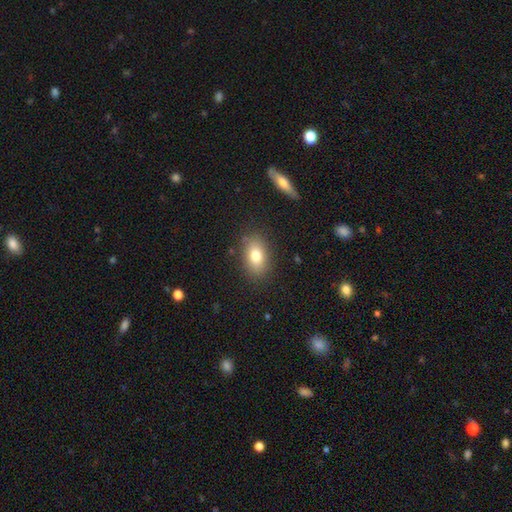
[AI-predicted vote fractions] Q: Smooth or featured?
A: smooth (78%); runner-up: featured or disk (12%)
Q: How rounded?
A: in between (84%); runner-up: round (13%)
Q: Merging?
A: none (84%); runner-up: minor disturbance (11%)